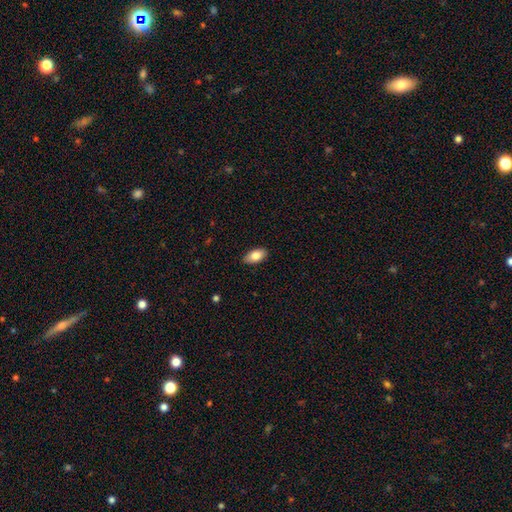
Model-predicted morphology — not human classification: Smooth or featured?
  - smooth: 82% *
  - featured or disk: 11%
  - star or artifact: 7%
How rounded?
  - in between: 93% *
  - cigar-shaped: 4%
  - round: 3%
Merging?
  - none: 88% *
  - minor disturbance: 9%
  - major disturbance: 2%
  - merger: 1%